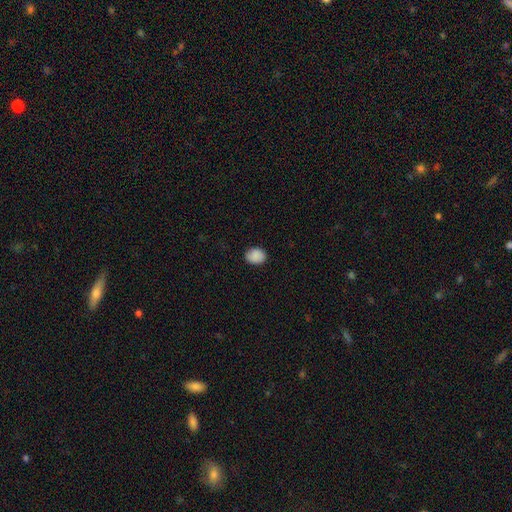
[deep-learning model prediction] Smooth or featured: smooth — 89% (star or artifact — 8%)
How rounded: round — 51% (in between — 49%)
Merging: none — 85% (minor disturbance — 12%)